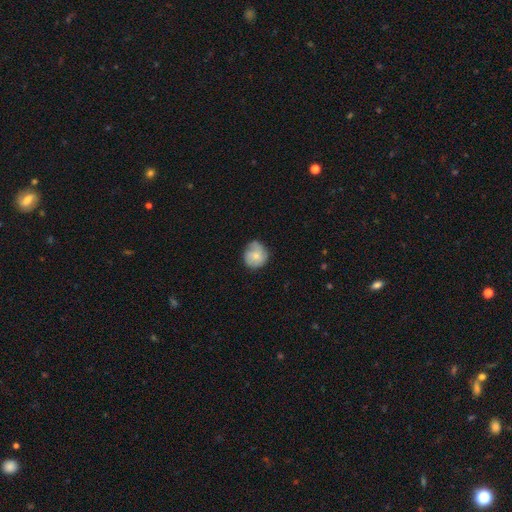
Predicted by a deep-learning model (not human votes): This is likely a smooth galaxy (62%). How rounded: clearly round (85%). Merging: likely none (67%).